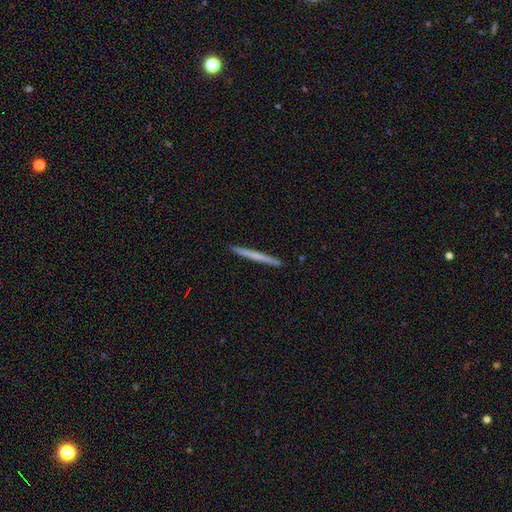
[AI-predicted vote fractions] Q: Smooth or featured?
A: smooth (54%); runner-up: featured or disk (40%)
Q: How rounded?
A: cigar-shaped (97%); runner-up: in between (2%)
Q: Merging?
A: none (92%); runner-up: minor disturbance (5%)